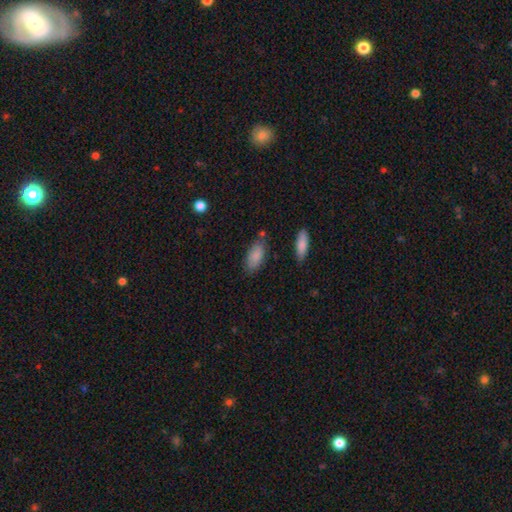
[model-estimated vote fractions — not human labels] Overall: smooth (86%). How rounded: in between (85%). Merging: none (74%).